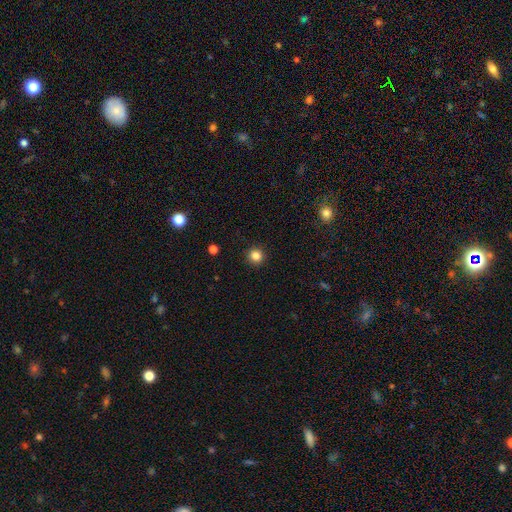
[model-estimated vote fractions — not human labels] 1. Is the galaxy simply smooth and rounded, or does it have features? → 84% smooth, 12% star or artifact, 4% featured or disk.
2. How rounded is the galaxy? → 94% round, 5% in between, 1% cigar-shaped.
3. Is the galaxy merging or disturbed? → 93% none, 5% minor disturbance, 2% major disturbance, 1% merger.